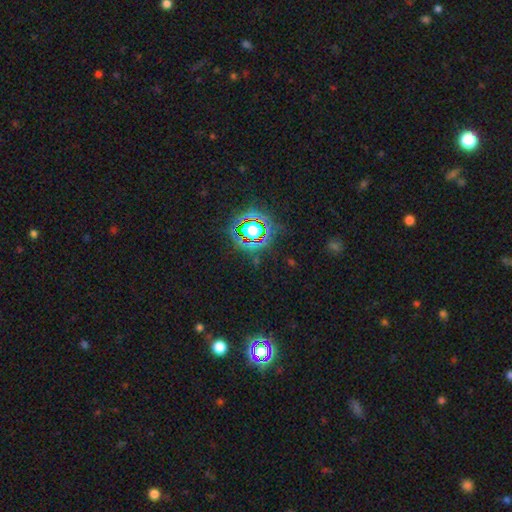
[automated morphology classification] smooth_or_featured: star or artifact (p=0.78) [alt: smooth p=0.14]